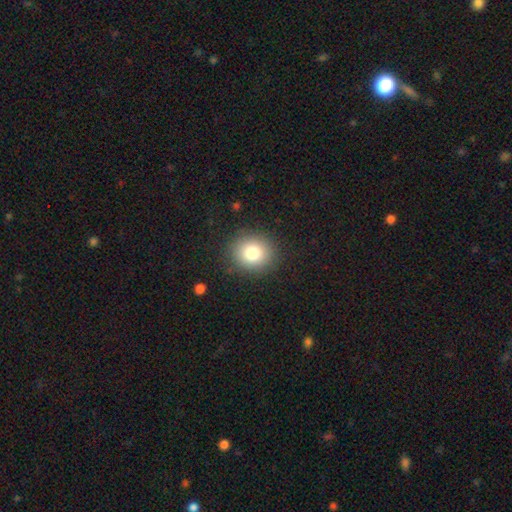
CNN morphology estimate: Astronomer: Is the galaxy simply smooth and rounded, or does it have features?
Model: smooth — 80%.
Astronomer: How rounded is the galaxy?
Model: round — 79%.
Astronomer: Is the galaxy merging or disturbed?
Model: none — 92%.